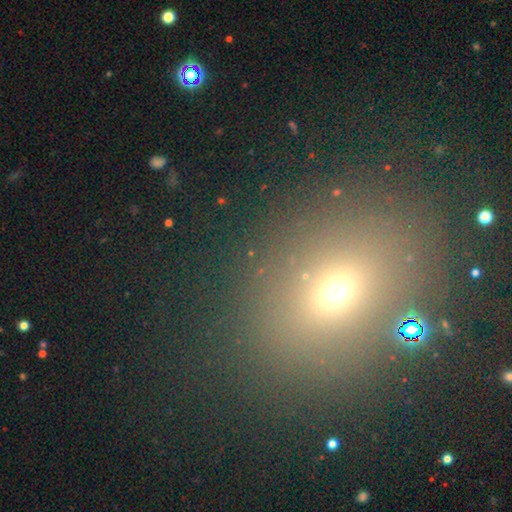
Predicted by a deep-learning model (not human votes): Smooth or featured?
  - smooth: 57% *
  - star or artifact: 32%
  - featured or disk: 11%
How rounded?
  - in between: 49% * (tied)
  - round: 49% * (tied)
  - cigar-shaped: 2%
Merging?
  - none: 83% *
  - minor disturbance: 9%
  - major disturbance: 5%
  - merger: 3%